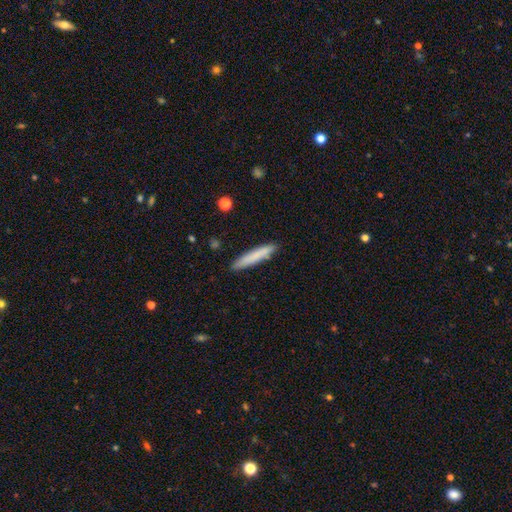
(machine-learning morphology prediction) Overall: smooth (79%). How rounded: cigar-shaped (93%). Merging: none (88%).